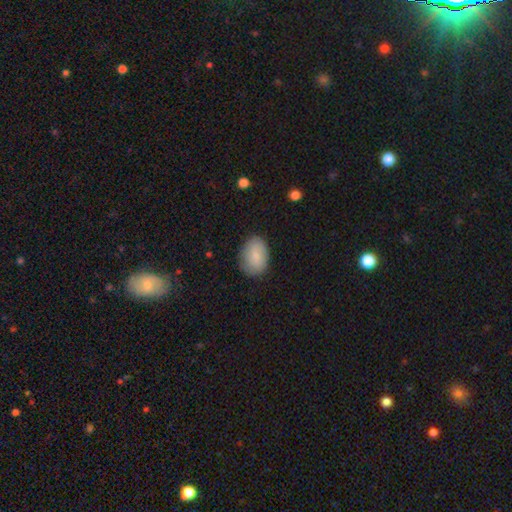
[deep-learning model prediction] Q: Smooth or featured?
A: smooth (80%); runner-up: featured or disk (13%)
Q: How rounded?
A: in between (79%); runner-up: round (20%)
Q: Merging?
A: none (77%); runner-up: minor disturbance (17%)